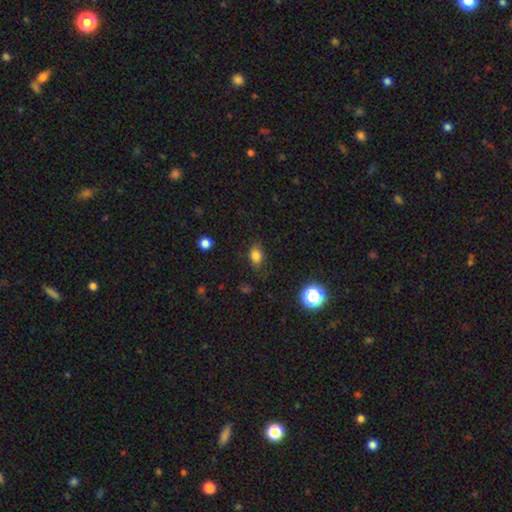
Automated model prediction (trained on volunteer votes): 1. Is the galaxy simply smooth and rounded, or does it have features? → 80% smooth, 13% star or artifact, 7% featured or disk.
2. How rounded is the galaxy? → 72% in between, 26% round, 2% cigar-shaped.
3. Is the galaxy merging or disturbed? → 77% none, 17% minor disturbance, 5% major disturbance, 1% merger.